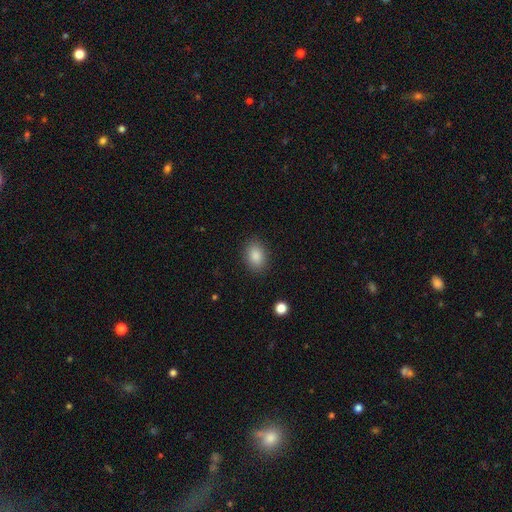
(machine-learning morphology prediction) Q: Smooth or featured?
A: smooth (87%); runner-up: star or artifact (8%)
Q: How rounded?
A: in between (81%); runner-up: round (18%)
Q: Merging?
A: none (87%); runner-up: minor disturbance (9%)